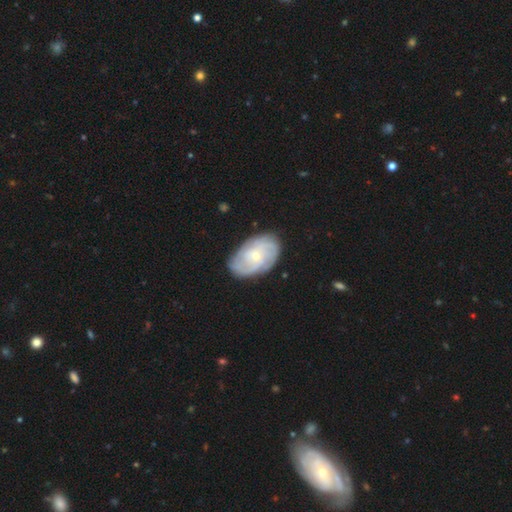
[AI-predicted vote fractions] Q: Smooth or featured?
A: featured or disk (71%); runner-up: smooth (23%)
Q: Edge-on disk?
A: no (96%); runner-up: yes (4%)
Q: Bar?
A: no (70%); runner-up: weak (26%)
Q: Spiral arms?
A: yes (90%); runner-up: no (10%)
Q: Spiral winding?
A: tight (57%); runner-up: medium (32%)
Q: Spiral arm count?
A: can't tell (42%); runner-up: 3 (16%)
Q: Bulge size?
A: small (69%); runner-up: moderate (27%)
Q: Merging?
A: none (79%); runner-up: minor disturbance (16%)